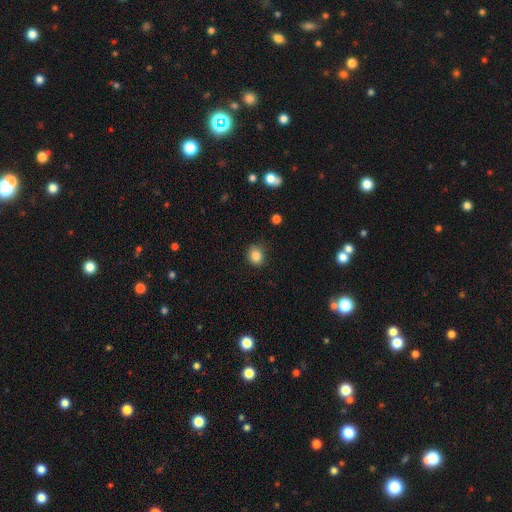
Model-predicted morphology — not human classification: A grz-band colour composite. It shows a smooth galaxy with no disk features (84%) that is round (74%). Merging: none (84%).